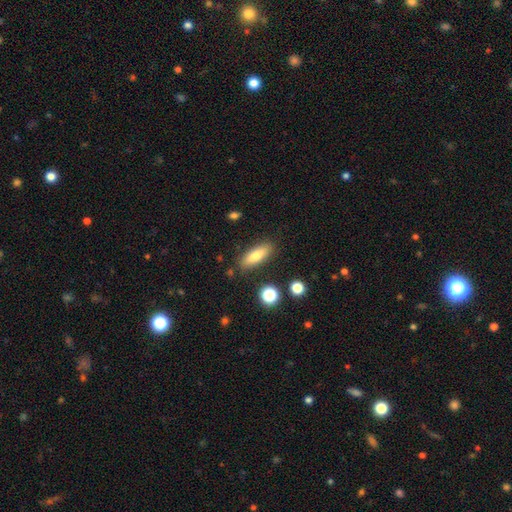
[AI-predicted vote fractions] This appears to be a smooth galaxy with no disk features (74%) that is in between round and cigar-shaped (55%). Merging: none (84%).